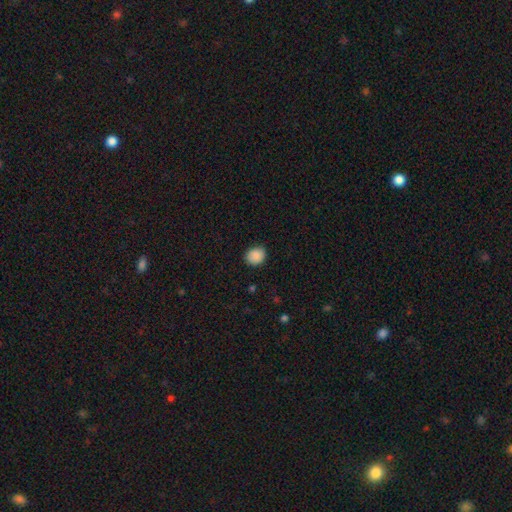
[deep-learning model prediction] A smooth galaxy with no disk features (89%) that is round (60%).

Vote fractions:
- Smooth or featured? smooth: 89% / star or artifact: 8% / featured or disk: 3%
- How rounded? round: 60% / in between: 39% / cigar-shaped: 1%
- Merging? none: 85% / minor disturbance: 12% / major disturbance: 2% / merger: 1%